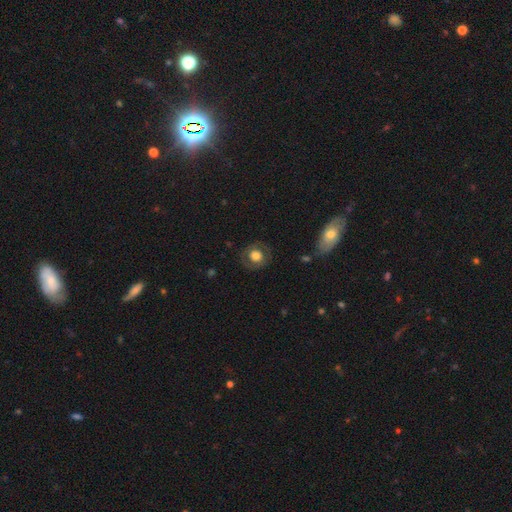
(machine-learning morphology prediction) Smooth or featured? smooth (62%)
How rounded? round (84%)
Merging? none (81%)